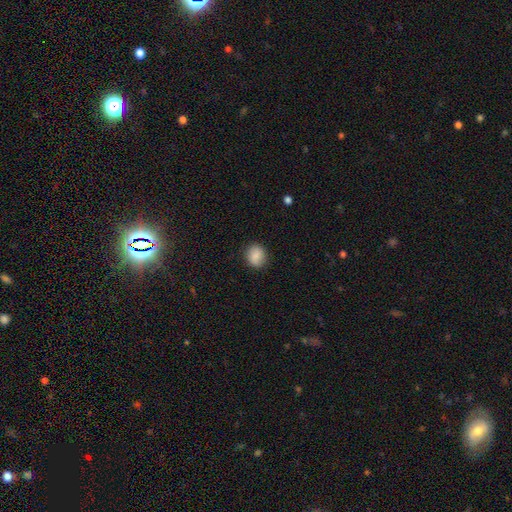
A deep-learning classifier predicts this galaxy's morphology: Smooth or featured: smooth — 85% (star or artifact — 8%)
How rounded: round — 69% (in between — 30%)
Merging: none — 86% (minor disturbance — 11%)